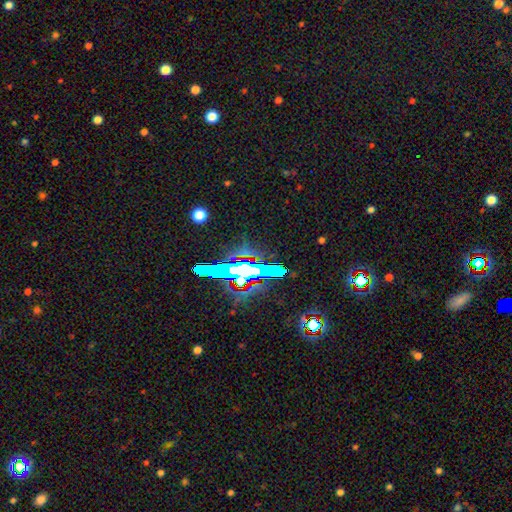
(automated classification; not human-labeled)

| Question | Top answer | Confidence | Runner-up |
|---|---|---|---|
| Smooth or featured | star or artifact | 72% | featured or disk (16%) |